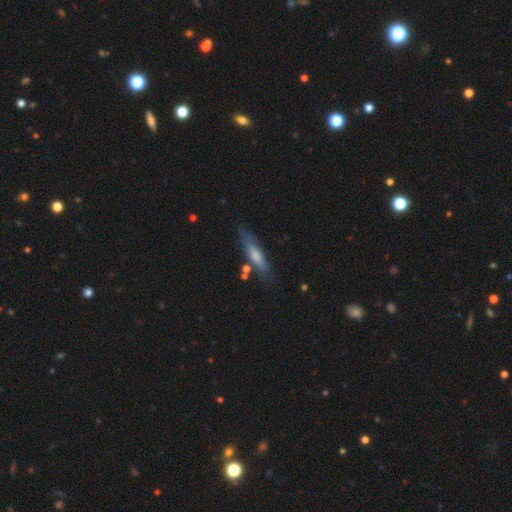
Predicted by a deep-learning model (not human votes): Smooth or featured? Predicted: smooth (p=0.59). How rounded? Predicted: cigar-shaped (p=0.74). Merging? Predicted: none (p=0.71).